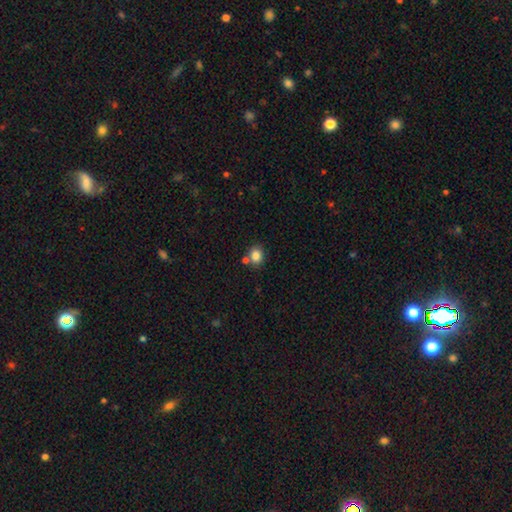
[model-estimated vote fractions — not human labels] smooth-or-featured: smooth: 84% | star or artifact: 10% | featured or disk: 6%
  how-rounded: round: 65% | in between: 34% | cigar-shaped: 1%
  merging: none: 68% | merger: 18% | minor disturbance: 11% | major disturbance: 3%